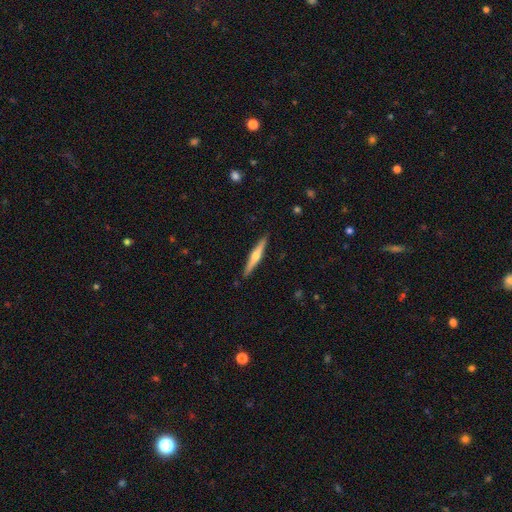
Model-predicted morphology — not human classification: A featured or disk galaxy (64%) viewed edge-on (98%) with a rounded central bulge (90%).

Vote fractions:
- Smooth or featured? featured or disk: 64% / smooth: 31% / star or artifact: 5%
- Edge-on disk? yes: 98% / no: 2%
- Edge-on bulge? rounded: 90% / none: 6% / boxy: 4%
- Merging? none: 91% / minor disturbance: 7% / major disturbance: 1% / merger: 1%